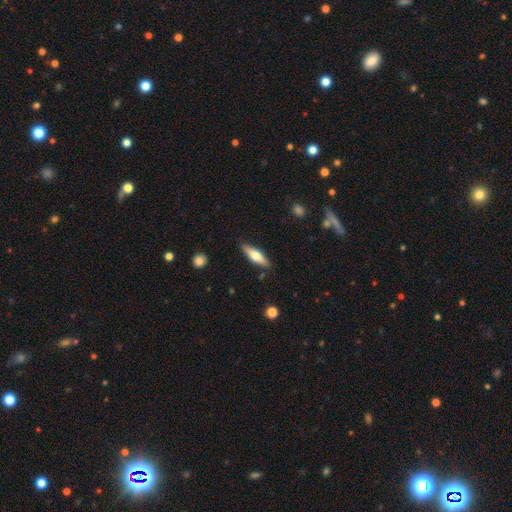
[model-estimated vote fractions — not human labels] smooth-or-featured: smooth: 53% | featured or disk: 41% | star or artifact: 6%
  how-rounded: cigar-shaped: 60% | in between: 38% | round: 2%
  merging: none: 86% | minor disturbance: 10% | major disturbance: 2% | merger: 2%